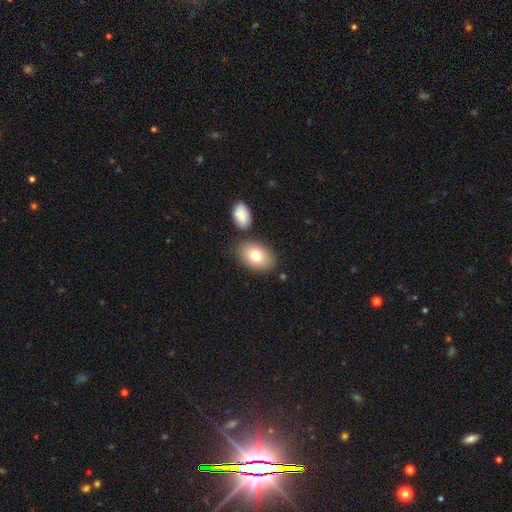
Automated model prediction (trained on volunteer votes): Morphology: type=smooth (77%); roundness=in between (86%); merging=none (78%).